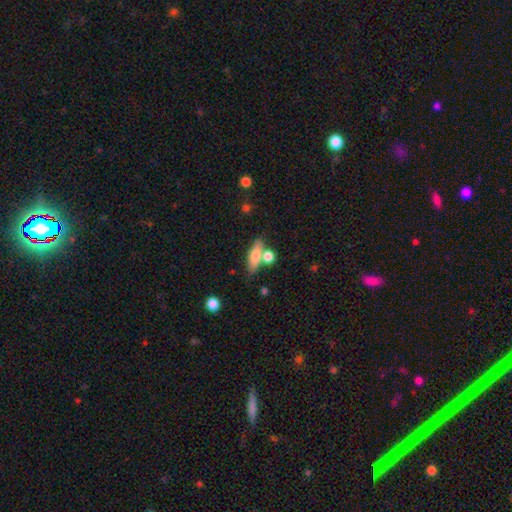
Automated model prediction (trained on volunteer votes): A smooth galaxy with no disk features (64%) that is cigar-shaped (47%).

Vote fractions:
- Smooth or featured? smooth: 64% / featured or disk: 28% / star or artifact: 8%
- How rounded? cigar-shaped: 47% / in between: 46% / round: 6%
- Merging? none: 58% / merger: 25% / minor disturbance: 12% / major disturbance: 4%